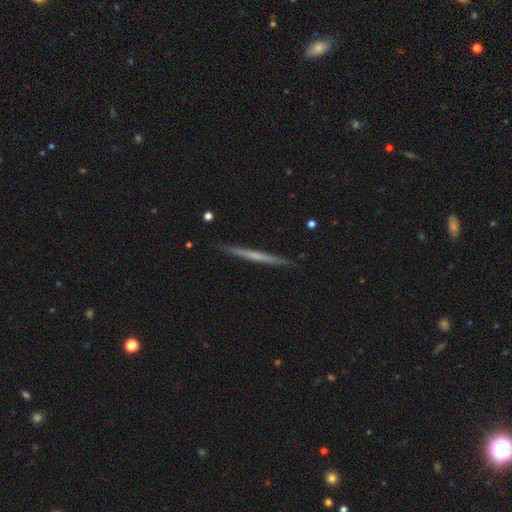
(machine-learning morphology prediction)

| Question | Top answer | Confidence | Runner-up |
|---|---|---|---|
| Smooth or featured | featured or disk | 52% | smooth (42%) |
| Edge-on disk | yes | 98% | no (2%) |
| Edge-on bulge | none | 83% | rounded (13%) |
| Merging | none | 92% | minor disturbance (6%) |